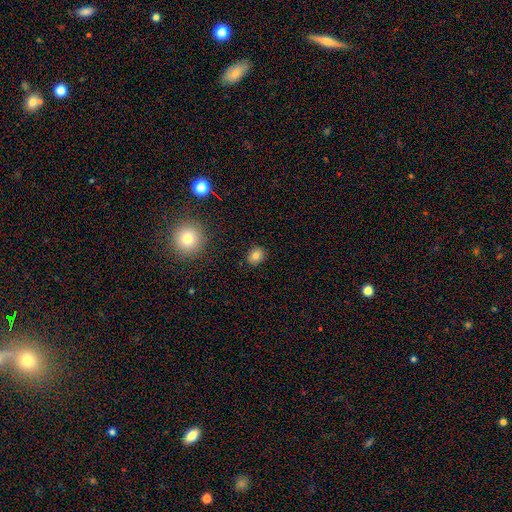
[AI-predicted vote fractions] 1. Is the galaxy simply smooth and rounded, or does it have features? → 80% smooth, 12% star or artifact, 8% featured or disk.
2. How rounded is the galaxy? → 58% round, 41% in between, 1% cigar-shaped.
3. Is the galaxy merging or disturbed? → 88% none, 8% minor disturbance, 2% major disturbance, 1% merger.